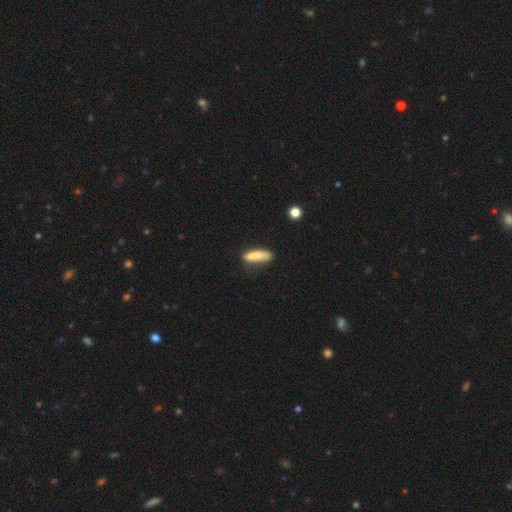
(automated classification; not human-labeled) Smooth or featured? Predicted: smooth (p=0.81). How rounded? Predicted: cigar-shaped (p=0.64). Merging? Predicted: none (p=0.60).